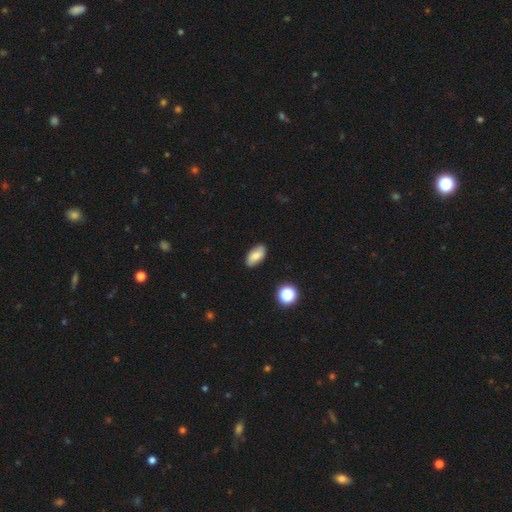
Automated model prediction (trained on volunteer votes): Overall: smooth (76%). How rounded: in between (91%). Merging: none (86%).